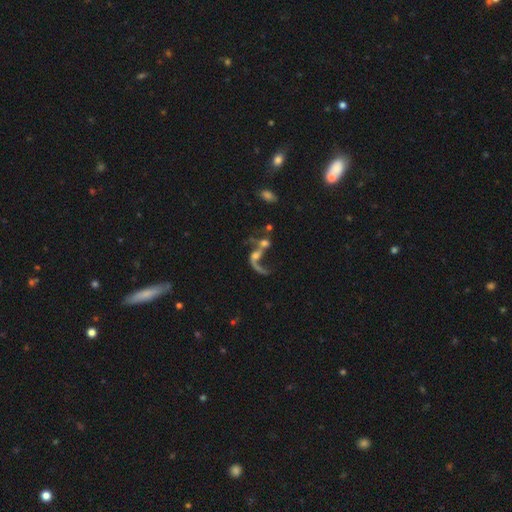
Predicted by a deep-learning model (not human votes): smooth-or-featured: featured or disk: 67% | smooth: 20% | star or artifact: 13%
  disk-edge-on: no: 94% | yes: 6%
    bar: no: 65% | weak: 26% | strong: 10%
    has-spiral-arms: yes: 69% | no: 31%
    bulge-size: moderate: 33% | small: 30% | none: 25% | large: 9% | dominant: 3%
  merging: merger: 54% | major disturbance: 22% | none: 17% | minor disturbance: 7%